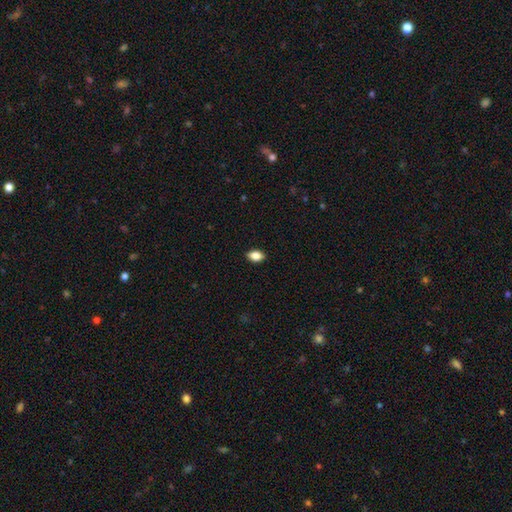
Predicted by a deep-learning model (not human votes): Overall: smooth (86%). How rounded: in between (85%). Merging: none (89%).